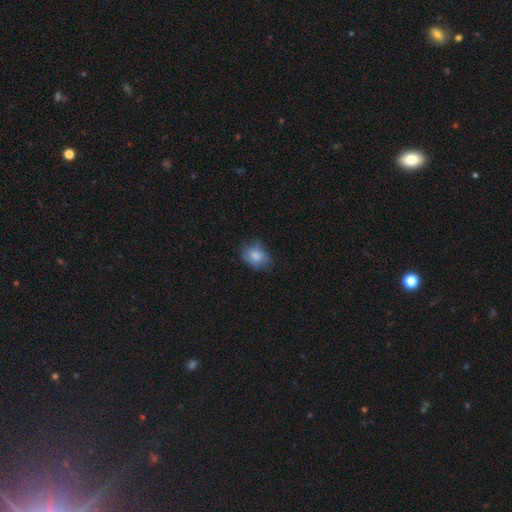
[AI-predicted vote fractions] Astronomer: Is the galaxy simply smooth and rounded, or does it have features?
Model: smooth — 78%.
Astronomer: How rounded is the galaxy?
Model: in between — 70%.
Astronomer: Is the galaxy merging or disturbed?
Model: none — 57%.